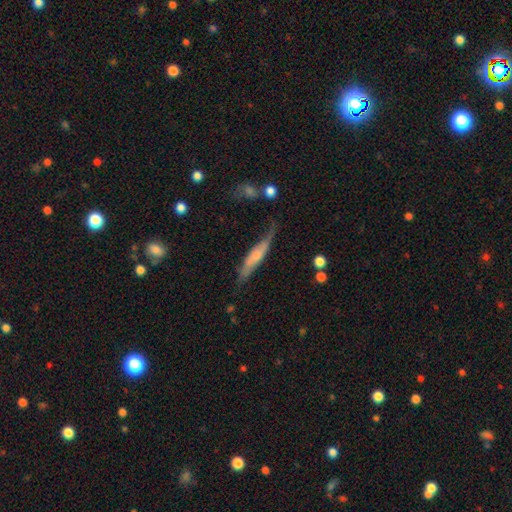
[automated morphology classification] The model was most divided on "smooth or featured": smooth: 48%, featured or disk: 46%, star or artifact: 6%. More confident: merging — none (51%).